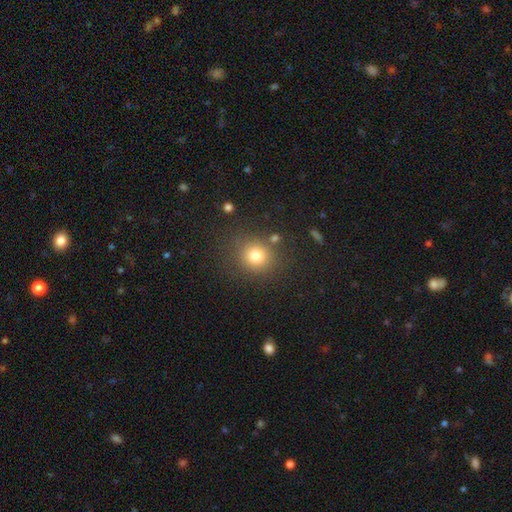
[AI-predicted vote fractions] Smooth or featured?
  - smooth: 79% *
  - star or artifact: 13%
  - featured or disk: 8%
How rounded?
  - round: 86% *
  - in between: 14%
  - cigar-shaped: 1%
Merging?
  - none: 80% *
  - minor disturbance: 10%
  - merger: 5%
  - major disturbance: 5%